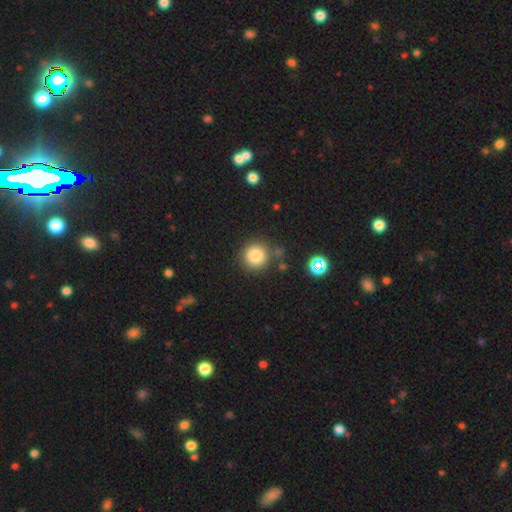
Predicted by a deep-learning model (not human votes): Q: Smooth or featured?
A: smooth (83%); runner-up: star or artifact (12%)
Q: How rounded?
A: round (94%); runner-up: in between (5%)
Q: Merging?
A: none (80%); runner-up: minor disturbance (10%)